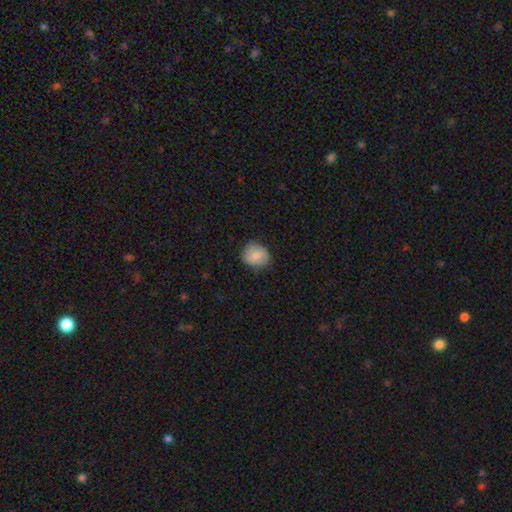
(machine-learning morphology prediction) A smooth galaxy with no disk features (78%) that is round (73%).

Vote fractions:
- Smooth or featured? smooth: 78% / featured or disk: 15% / star or artifact: 7%
- How rounded? round: 73% / in between: 26% / cigar-shaped: 1%
- Merging? none: 74% / minor disturbance: 21% / major disturbance: 4% / merger: 1%